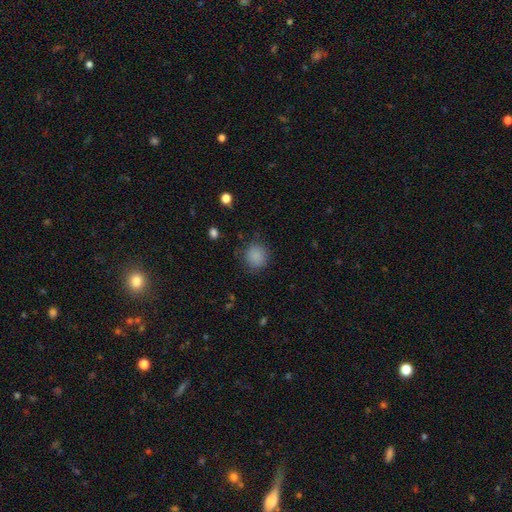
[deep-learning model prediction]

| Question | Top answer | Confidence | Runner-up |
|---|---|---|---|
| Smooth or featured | smooth | 86% | star or artifact (10%) |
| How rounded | round | 86% | in between (13%) |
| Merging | none | 82% | minor disturbance (13%) |